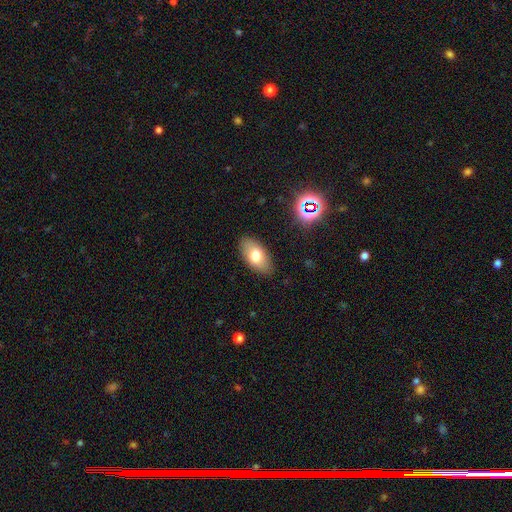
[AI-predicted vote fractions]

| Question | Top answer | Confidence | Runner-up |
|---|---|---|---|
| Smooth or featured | smooth | 74% | featured or disk (18%) |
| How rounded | in between | 93% | round (4%) |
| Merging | none | 86% | minor disturbance (10%) |